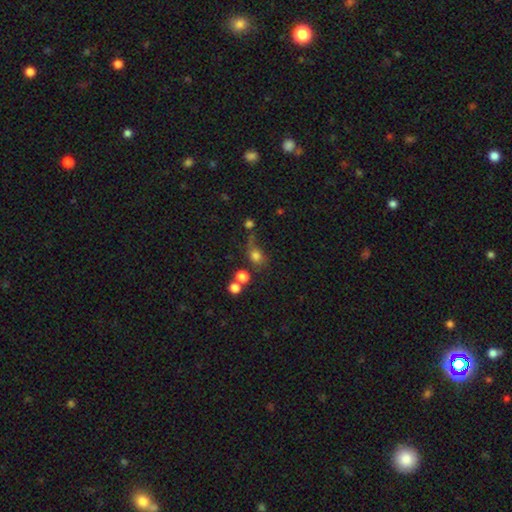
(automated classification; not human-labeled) smooth 74%, star or artifact 16%, featured or disk 10%. Down the decision tree: how rounded — round (70%); merging — none (45%).